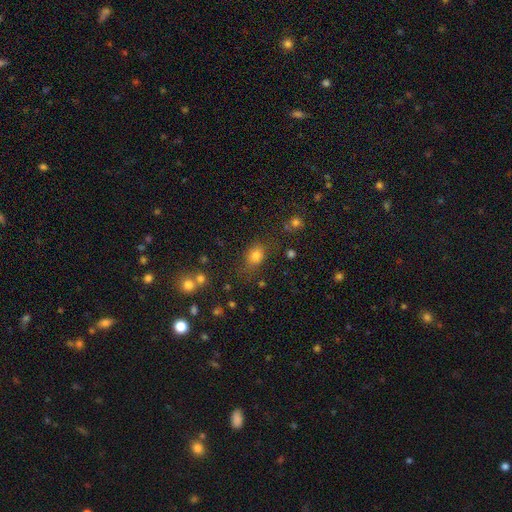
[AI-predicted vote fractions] This is likely a smooth galaxy (78%). How rounded: likely in between (60%). Merging: likely none (68%).